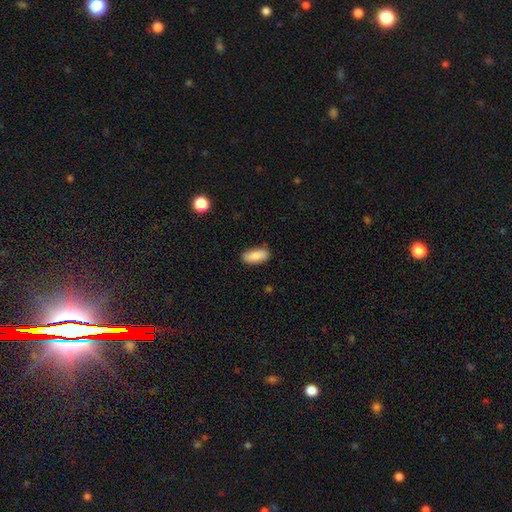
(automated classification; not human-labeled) Smooth or featured: smooth — 87% (featured or disk — 7%)
How rounded: in between — 85% (cigar-shaped — 13%)
Merging: none — 84% (minor disturbance — 12%)